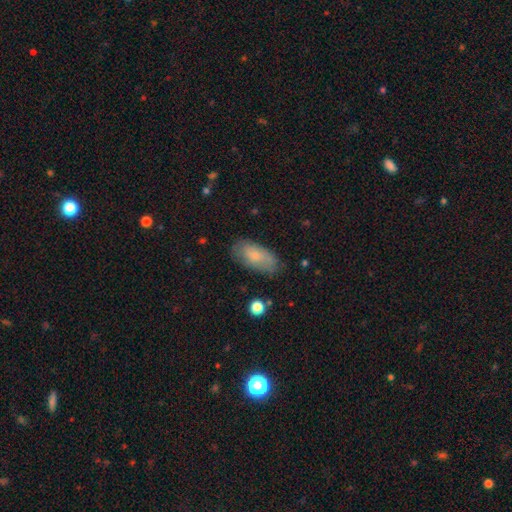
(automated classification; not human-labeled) smooth 74%, featured or disk 19%, star or artifact 7%. Down the decision tree: how rounded — in between (91%); merging — none (75%).